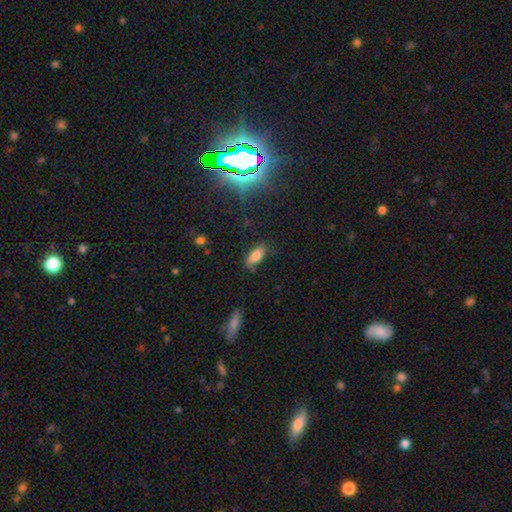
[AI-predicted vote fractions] Smooth or featured?
  - smooth: 81% *
  - featured or disk: 9%
  - star or artifact: 9%
How rounded?
  - in between: 81% *
  - cigar-shaped: 16%
  - round: 3%
Merging?
  - none: 71% *
  - minor disturbance: 21%
  - major disturbance: 5%
  - merger: 2%